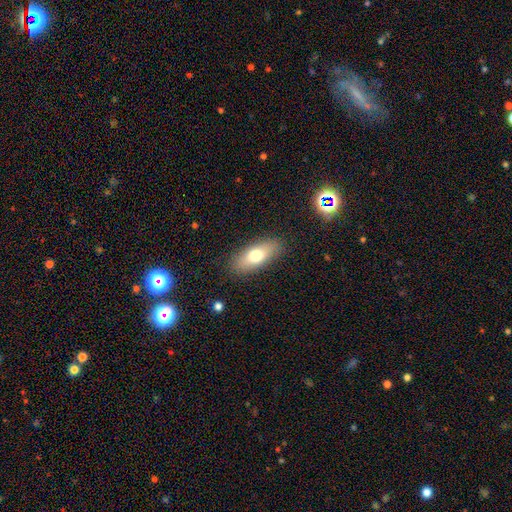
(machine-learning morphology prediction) Overall: smooth (71%). How rounded: in between (77%). Merging: none (87%).